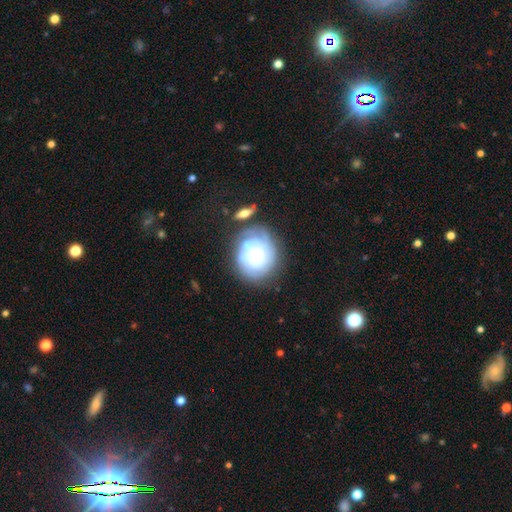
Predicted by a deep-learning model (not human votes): A featured or disk galaxy (71%) with no bar (81%), tight (75%) spiral arms (78%) and a moderate central bulge (71%). Merging: none (60%).